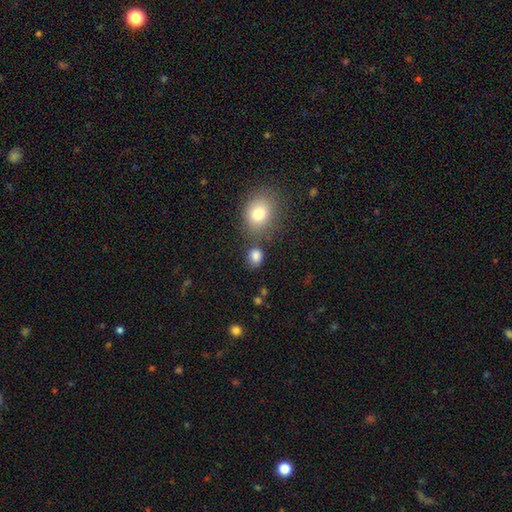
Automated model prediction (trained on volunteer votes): Morphology: type=smooth (84%); roundness=round (52%); merging=none (66%).